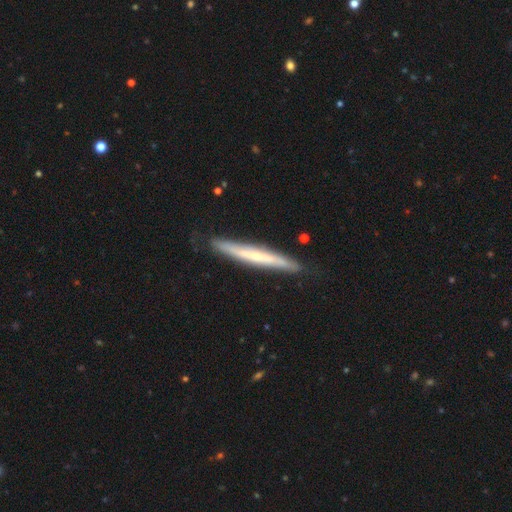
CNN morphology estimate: type=featured or disk (56%); edge-on=yes (92%); edge-on bulge=none (59%); merging=none (85%).